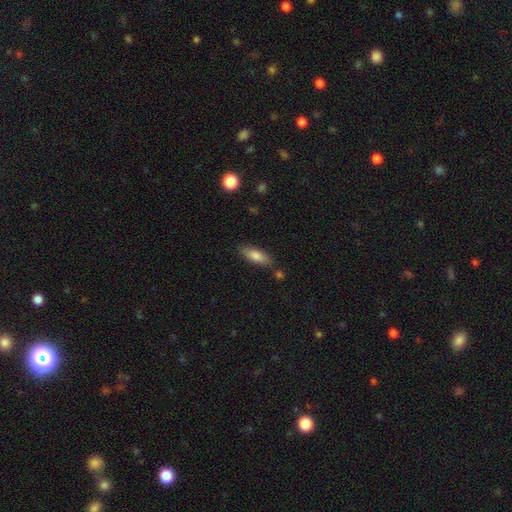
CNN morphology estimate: Smooth or featured? Predicted: smooth (p=0.80). How rounded? Predicted: in between (p=0.69). Merging? Predicted: none (p=0.78).